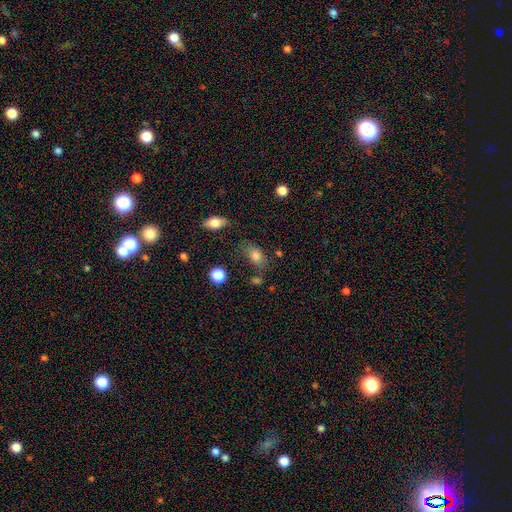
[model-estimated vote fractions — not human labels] This is likely a smooth galaxy (80%). How rounded: clearly in between (82%). Merging: likely none (66%).